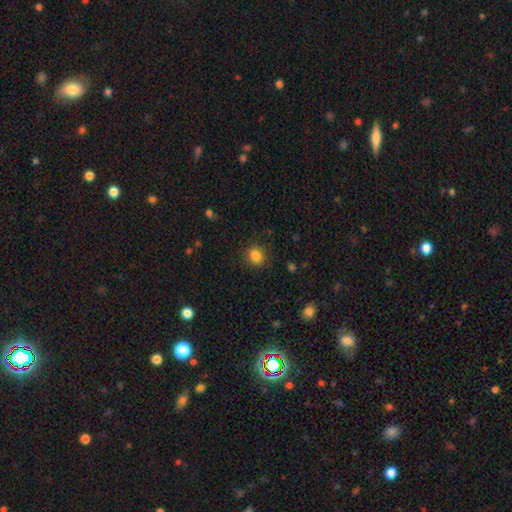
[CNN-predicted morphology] smooth 84%, star or artifact 11%, featured or disk 5%. Down the decision tree: how rounded — round (81%); merging — none (88%).